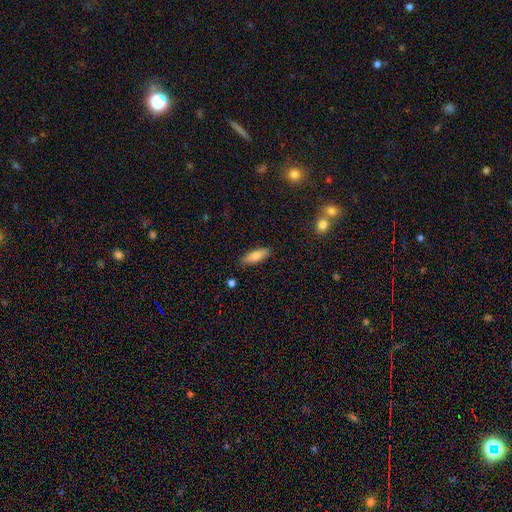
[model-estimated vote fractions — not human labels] A smooth galaxy with no disk features (80%) that is in between round and cigar-shaped (61%).

Vote fractions:
- Smooth or featured? smooth: 80% / featured or disk: 13% / star or artifact: 7%
- How rounded? in between: 61% / cigar-shaped: 37% / round: 2%
- Merging? none: 86% / minor disturbance: 10% / major disturbance: 2% / merger: 2%